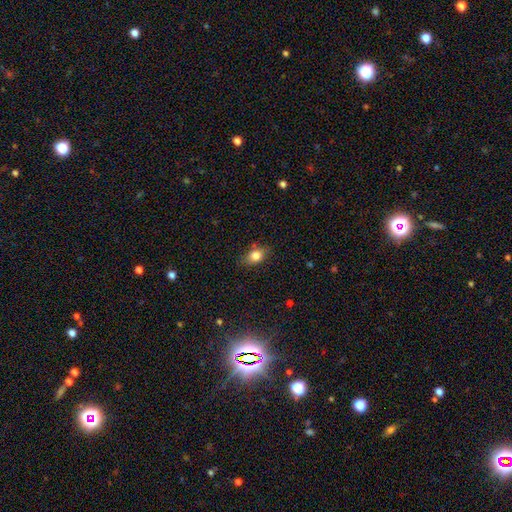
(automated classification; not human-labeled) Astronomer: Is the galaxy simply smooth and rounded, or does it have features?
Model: smooth — 82%.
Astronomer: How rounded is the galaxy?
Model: in between — 74%.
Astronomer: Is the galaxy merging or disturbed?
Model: none — 79%.